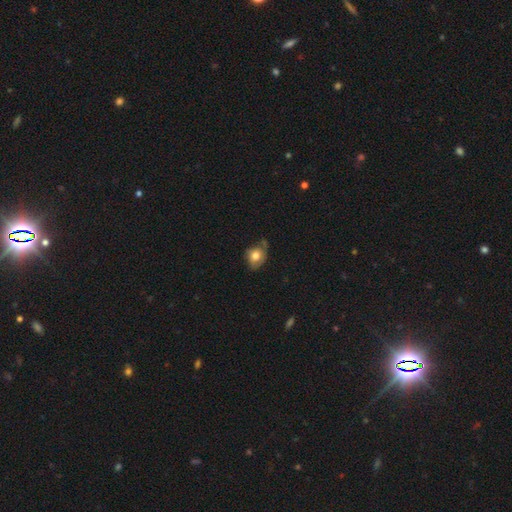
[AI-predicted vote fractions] Overall: smooth (71%). How rounded: in between (55%; round 43%). Merging: none (44%; minor disturbance 36%).